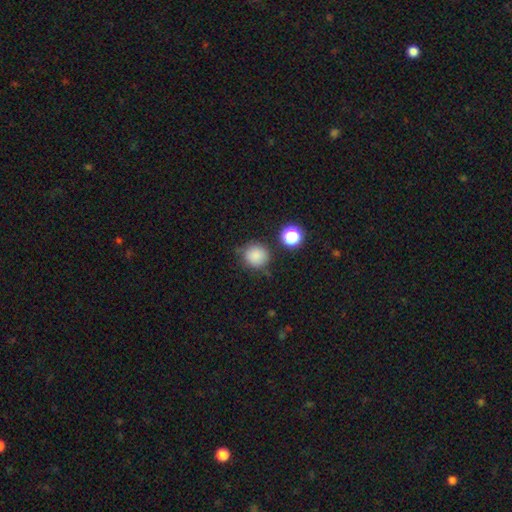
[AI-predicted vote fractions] The model was most divided on "merging": none: 74%, minor disturbance: 16%, merger: 5%, major disturbance: 5%. More confident: how rounded — round (88%); smooth or featured — smooth (83%).